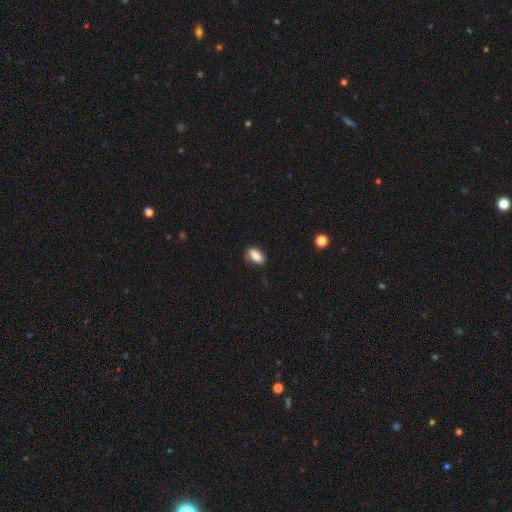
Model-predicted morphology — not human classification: The model was most divided on "merging": none: 71%, minor disturbance: 23%, major disturbance: 5%, merger: 2%. More confident: how rounded — in between (88%); smooth or featured — smooth (84%).